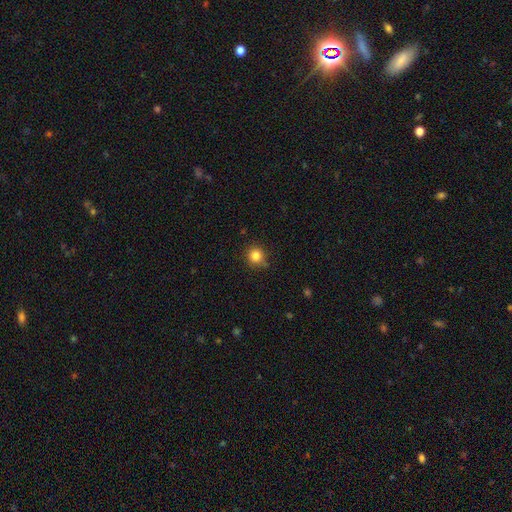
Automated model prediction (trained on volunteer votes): The model was most divided on "smooth or featured": smooth: 83%, star or artifact: 12%, featured or disk: 5%. More confident: how rounded — round (92%); merging — none (83%).